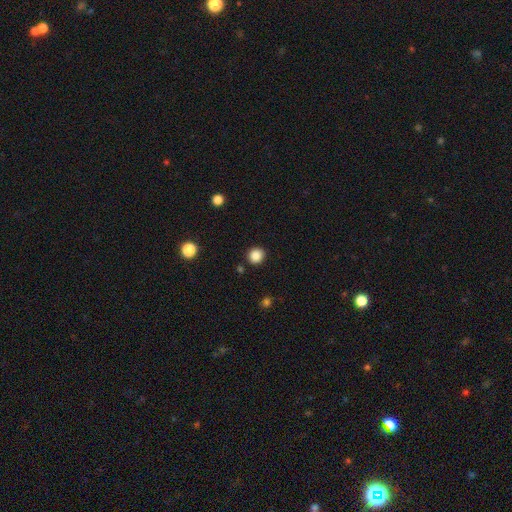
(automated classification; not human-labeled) smooth_or_featured: smooth (p=0.86) [alt: star or artifact p=0.10]
how_rounded: round (p=0.89) [alt: in between p=0.10]
merging: none (p=0.90) [alt: minor disturbance p=0.06]